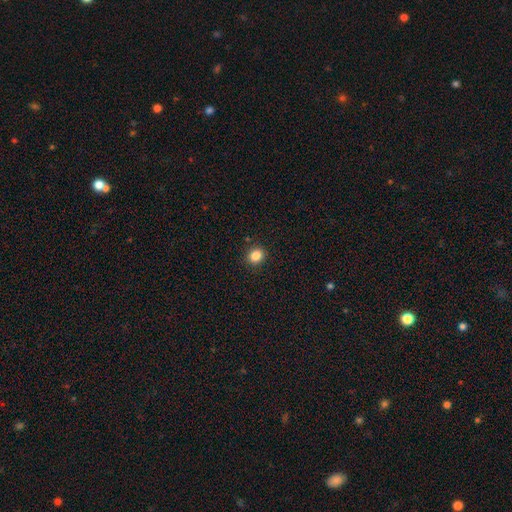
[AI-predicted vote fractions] smooth-or-featured: smooth: 85% | star or artifact: 11% | featured or disk: 4%
  how-rounded: round: 71% | in between: 28% | cigar-shaped: 1%
  merging: none: 90% | minor disturbance: 6% | major disturbance: 2% | merger: 1%